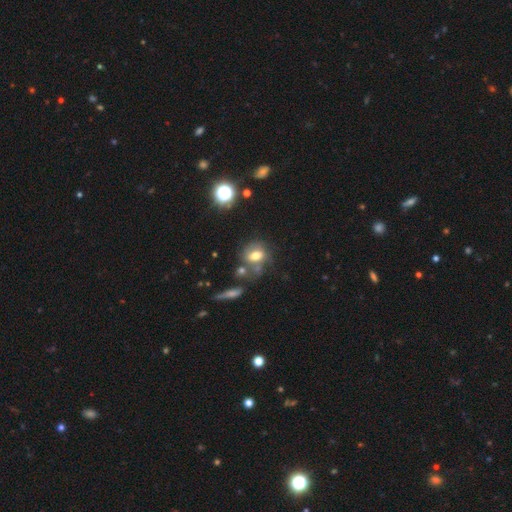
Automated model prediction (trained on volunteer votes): Smooth or featured?
  - smooth: 57% *
  - featured or disk: 28%
  - star or artifact: 15%
How rounded?
  - in between: 49% *
  - round: 48%
  - cigar-shaped: 2%
Merging?
  - none: 49% *
  - minor disturbance: 20%
  - merger: 19%
  - major disturbance: 12%